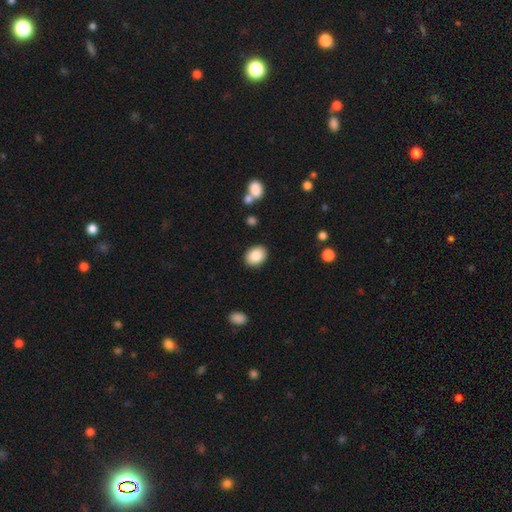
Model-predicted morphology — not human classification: Q: Smooth or featured?
A: smooth (87%); runner-up: star or artifact (7%)
Q: How rounded?
A: in between (67%); runner-up: round (32%)
Q: Merging?
A: none (88%); runner-up: minor disturbance (8%)